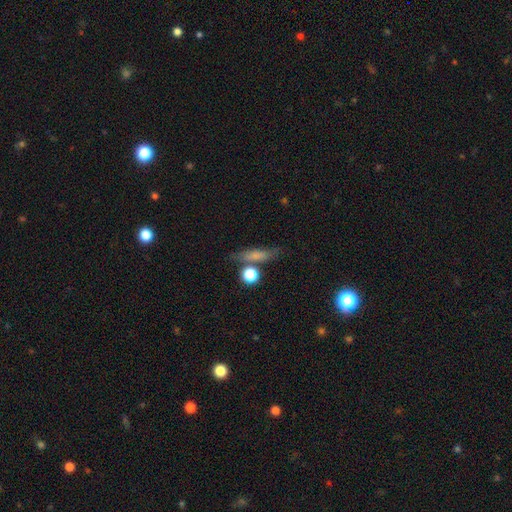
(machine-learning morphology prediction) Smooth or featured? Predicted: smooth (p=0.65). How rounded? Predicted: cigar-shaped (p=0.60). Merging? Predicted: none (p=0.69).